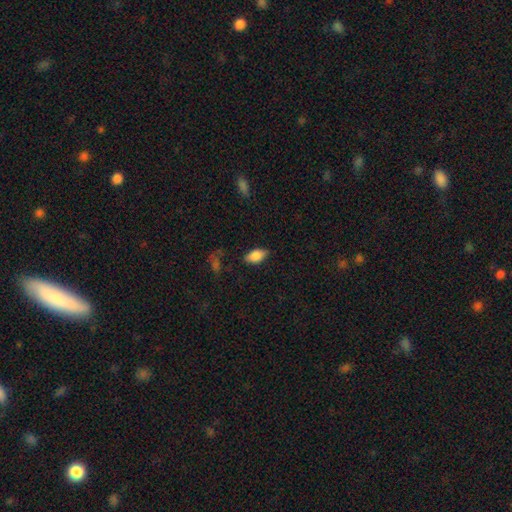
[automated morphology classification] A smooth galaxy with no disk features (85%) that is in between round and cigar-shaped (92%). Merging: none (80%).